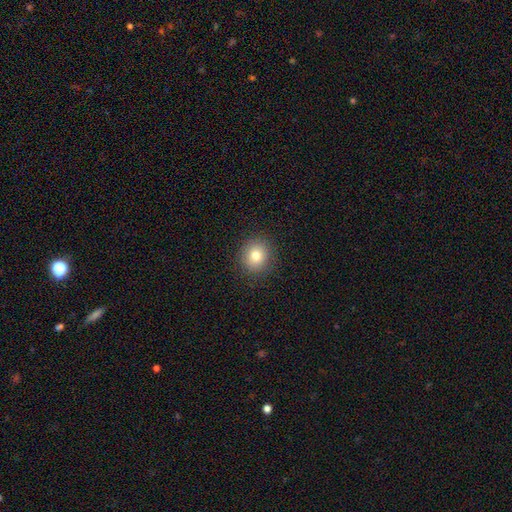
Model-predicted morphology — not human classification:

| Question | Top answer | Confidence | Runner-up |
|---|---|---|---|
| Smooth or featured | smooth | 80% | star or artifact (11%) |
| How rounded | round | 83% | in between (16%) |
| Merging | none | 89% | minor disturbance (7%) |